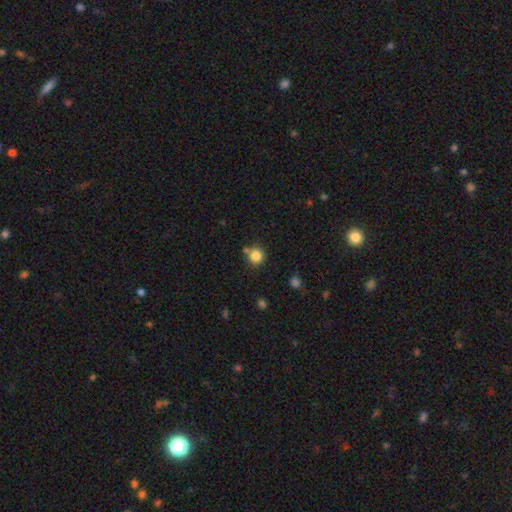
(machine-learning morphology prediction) This is clearly a smooth galaxy (83%). How rounded: clearly round (92%). Merging: likely none (74%).